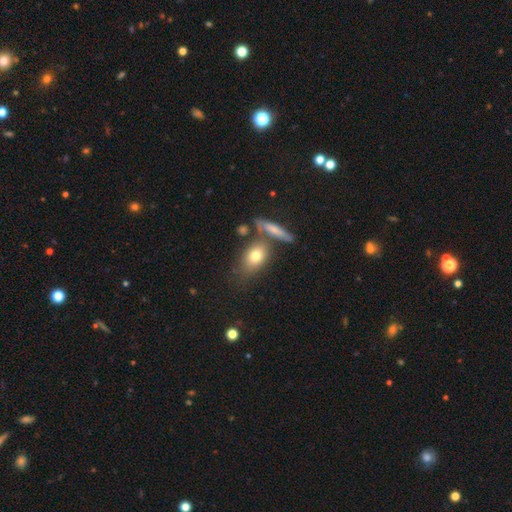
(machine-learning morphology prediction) This appears to be a smooth galaxy with no disk features (75%) that is in between round and cigar-shaped (72%). Merging: none (58%).